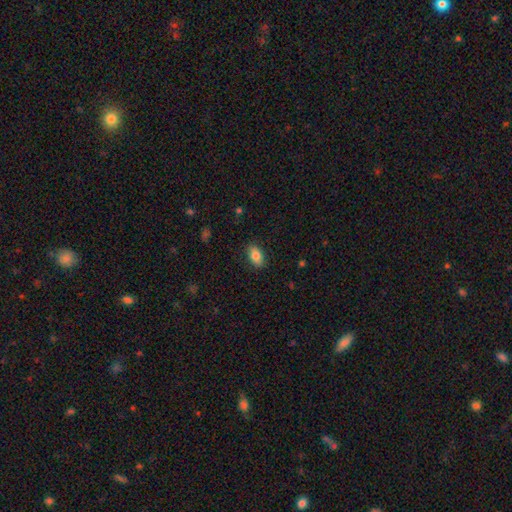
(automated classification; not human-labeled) Overall: smooth (81%). How rounded: in between (89%). Merging: none (86%).